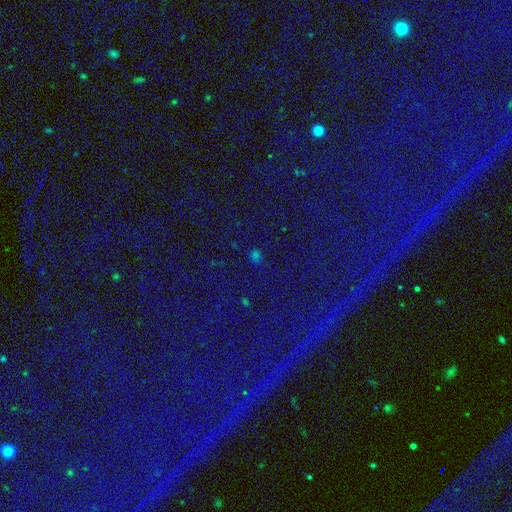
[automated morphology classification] Smooth or featured?
  - star or artifact: 64% *
  - smooth: 28%
  - featured or disk: 8%